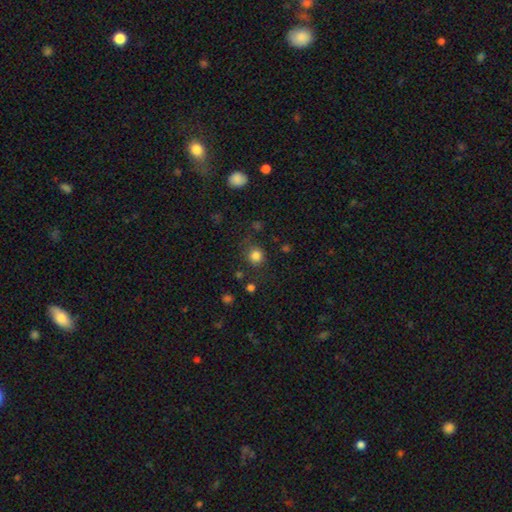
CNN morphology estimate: Smooth or featured: smooth — 82% (star or artifact — 13%)
How rounded: round — 89% (in between — 10%)
Merging: none — 79% (minor disturbance — 12%)